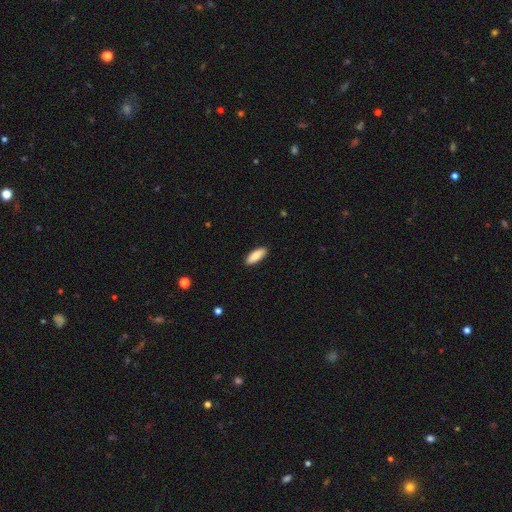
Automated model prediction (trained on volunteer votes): smooth_or_featured: smooth (p=0.87) [alt: featured or disk p=0.08]
how_rounded: in between (p=0.65) [alt: cigar-shaped p=0.34]
merging: none (p=0.90) [alt: minor disturbance p=0.08]